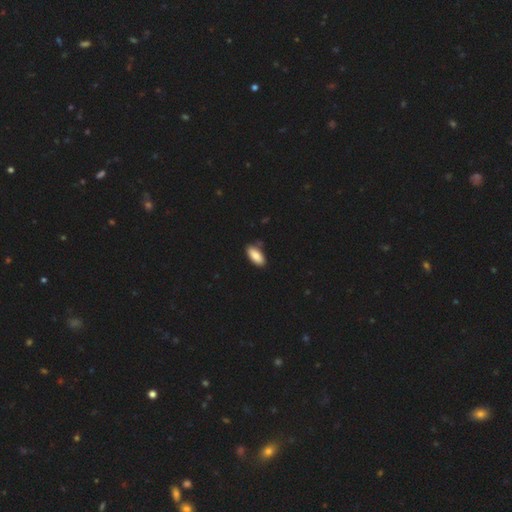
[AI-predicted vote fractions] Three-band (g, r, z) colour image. It shows a smooth galaxy with no disk features (87%) that is in between round and cigar-shaped (88%). Merging: none (83%).